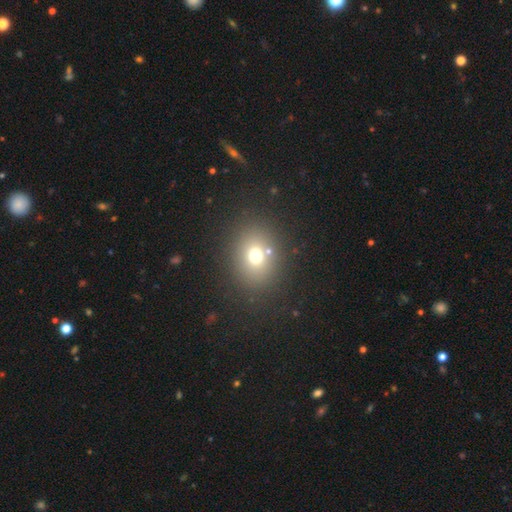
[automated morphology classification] smooth-or-featured: smooth: 69% | star or artifact: 18% | featured or disk: 13%
  how-rounded: round: 59% | in between: 40% | cigar-shaped: 1%
  merging: none: 80% | minor disturbance: 9% | merger: 6% | major disturbance: 5%